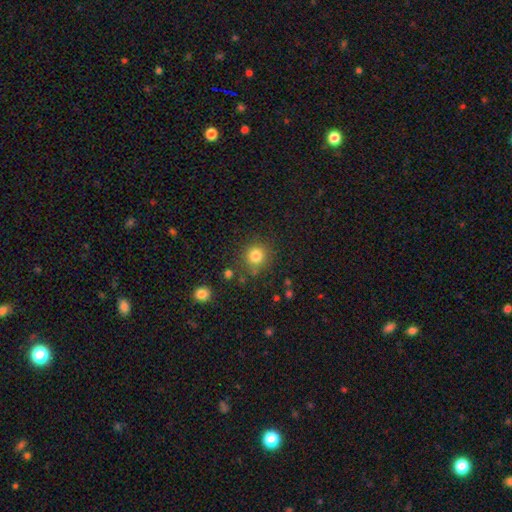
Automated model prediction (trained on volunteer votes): Smooth or featured?
  - smooth: 82% *
  - star or artifact: 12%
  - featured or disk: 6%
How rounded?
  - round: 92% *
  - in between: 7%
  - cigar-shaped: 1%
Merging?
  - none: 83% *
  - minor disturbance: 9%
  - merger: 4%
  - major disturbance: 4%